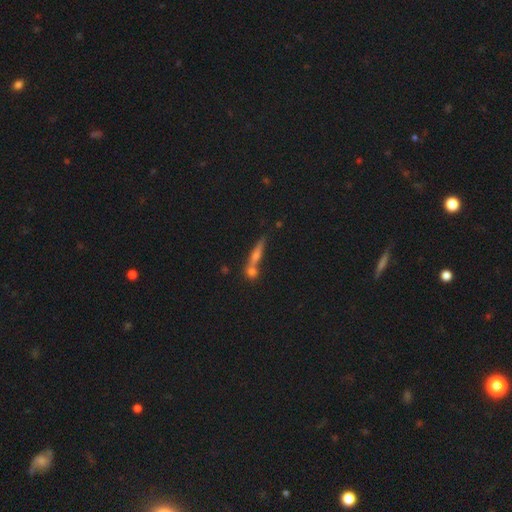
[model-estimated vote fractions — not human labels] Smooth or featured? featured or disk (44%)
Merging? none (54%)